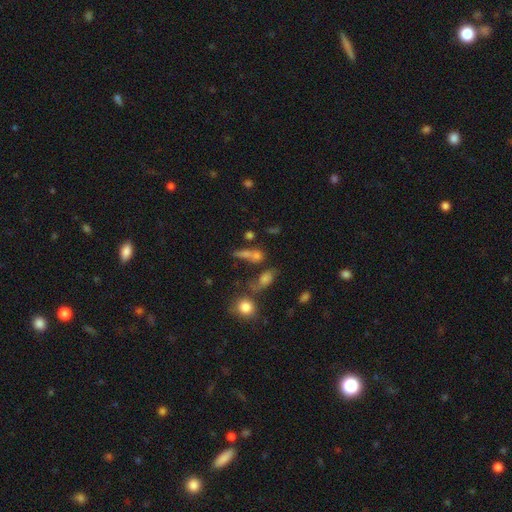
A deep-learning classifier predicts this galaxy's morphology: Q: Smooth or featured?
A: smooth (63%); runner-up: featured or disk (19%)
Q: How rounded?
A: in between (42%); runner-up: cigar-shaped (31%)
Q: Merging?
A: none (41%); runner-up: merger (35%)